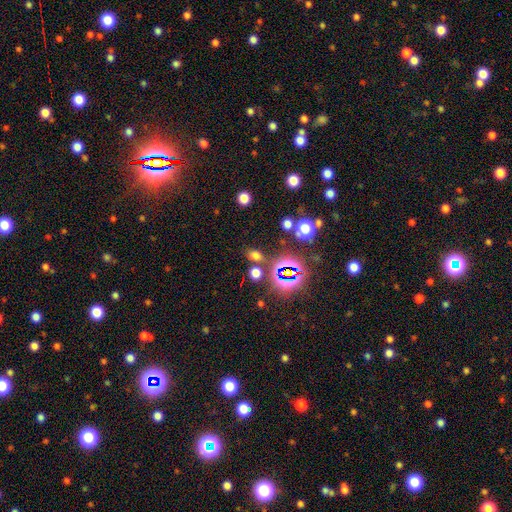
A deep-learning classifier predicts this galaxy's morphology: smooth_or_featured: smooth (p=0.57) [alt: star or artifact p=0.35]
how_rounded: in between (p=0.66) [alt: round p=0.30]
merging: none (p=0.74) [alt: merger p=0.11]